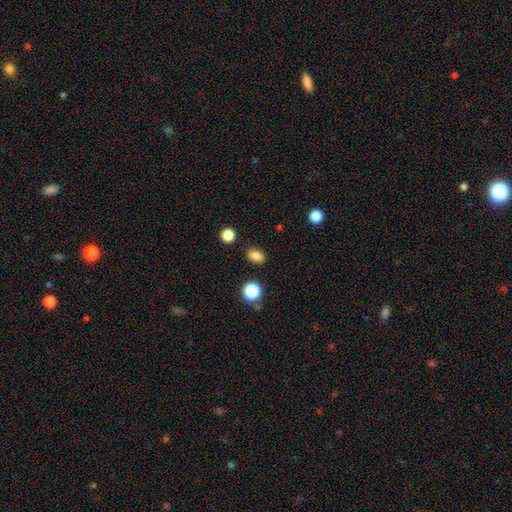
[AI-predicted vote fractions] Smooth or featured? smooth (83%)
How rounded? in between (75%)
Merging? none (86%)